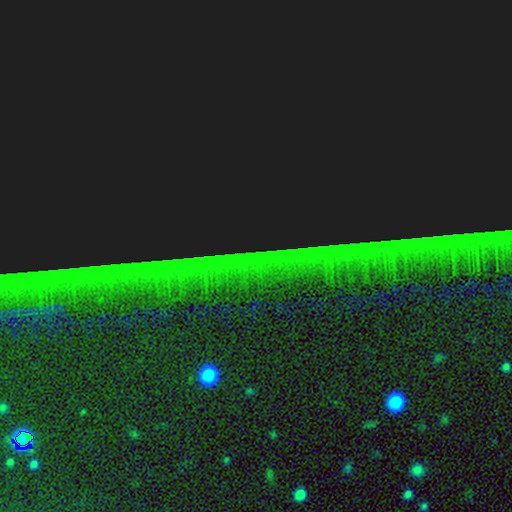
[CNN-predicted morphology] Smooth or featured? star or artifact (87%)